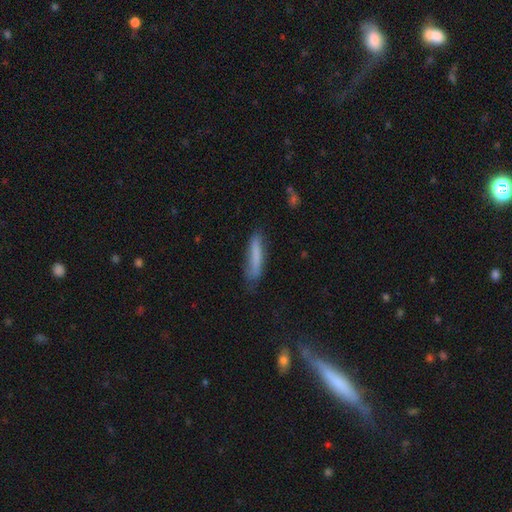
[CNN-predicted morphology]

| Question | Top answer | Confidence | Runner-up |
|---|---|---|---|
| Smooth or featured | smooth | 73% | featured or disk (20%) |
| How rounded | cigar-shaped | 86% | in between (12%) |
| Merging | none | 70% | minor disturbance (22%) |